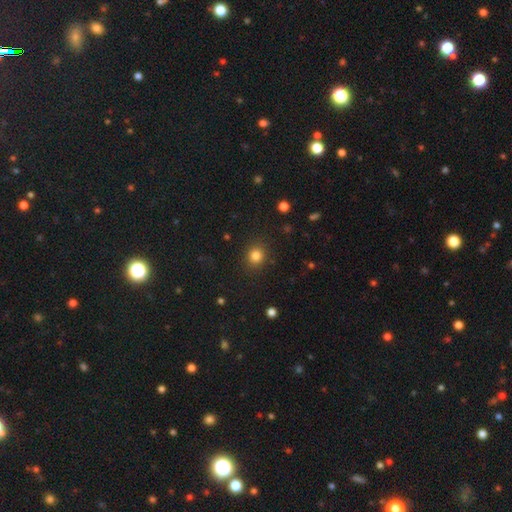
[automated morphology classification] Smooth or featured: smooth — 83% (star or artifact — 12%)
How rounded: round — 81% (in between — 18%)
Merging: none — 87% (minor disturbance — 8%)